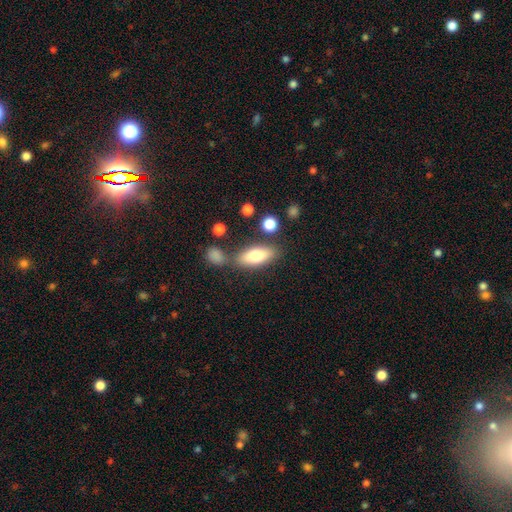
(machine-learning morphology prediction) Smooth or featured: smooth — 70% (featured or disk — 23%)
How rounded: in between — 77% (cigar-shaped — 20%)
Merging: none — 71% (minor disturbance — 14%)